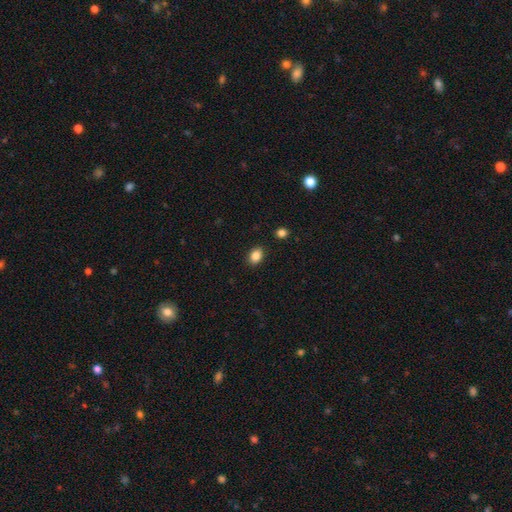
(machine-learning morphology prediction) smooth 86%, star or artifact 10%, featured or disk 4%. Down the decision tree: how rounded — in between (67%); merging — none (88%).